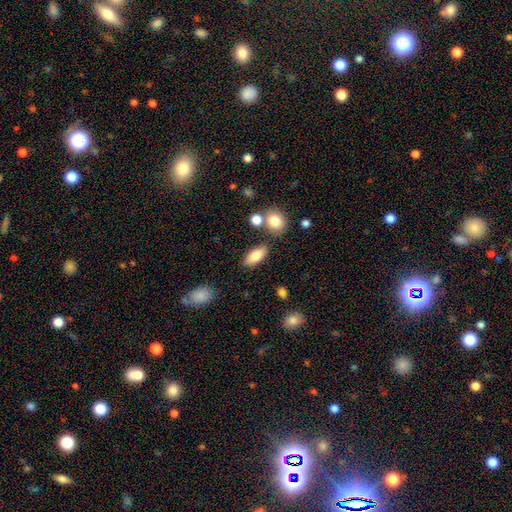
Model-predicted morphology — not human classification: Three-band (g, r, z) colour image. It shows a smooth galaxy with no disk features (80%) that is in between round and cigar-shaped (84%). Merging: none (80%).